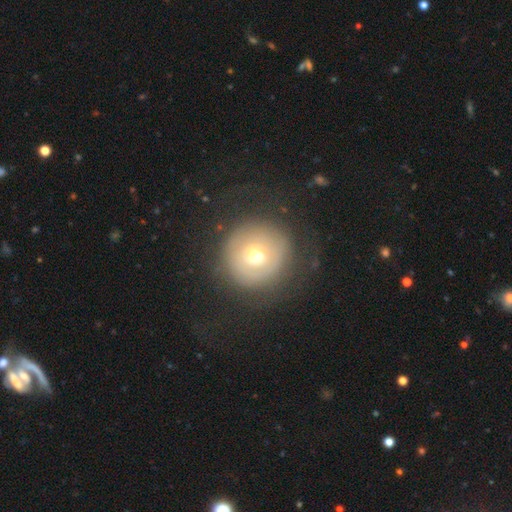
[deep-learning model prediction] Smooth or featured? Predicted: smooth (p=0.56). How rounded? Predicted: round (p=0.95). Merging? Predicted: none (p=0.79).